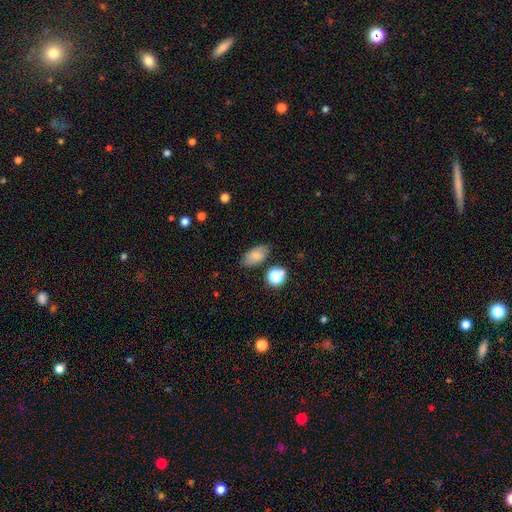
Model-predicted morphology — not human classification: The model was most divided on "smooth or featured": smooth: 76%, featured or disk: 14%, star or artifact: 10%. More confident: how rounded — in between (89%); merging — none (78%).